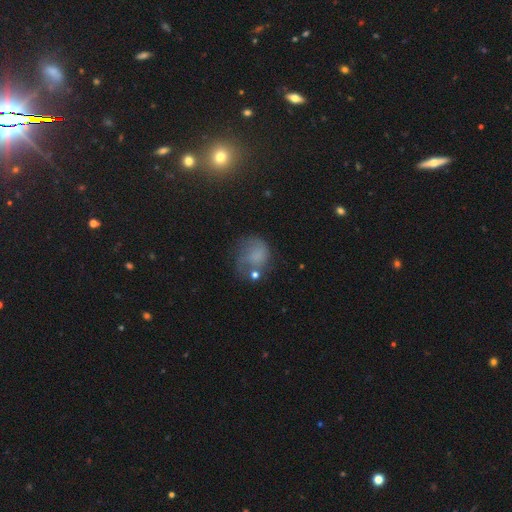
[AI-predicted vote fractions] This appears to be a smooth galaxy with no disk features (53%) that is round (64%). Merging: none (41%).